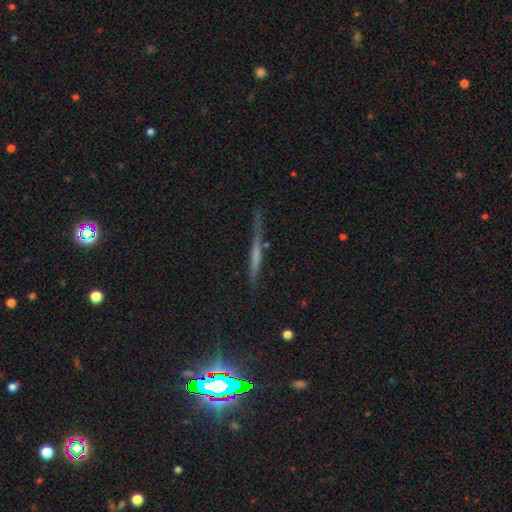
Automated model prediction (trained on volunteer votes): Smooth or featured: featured or disk — 52% (smooth — 34%)
Edge-on disk: yes — 95% (no — 5%)
Merging: none — 77% (minor disturbance — 16%)